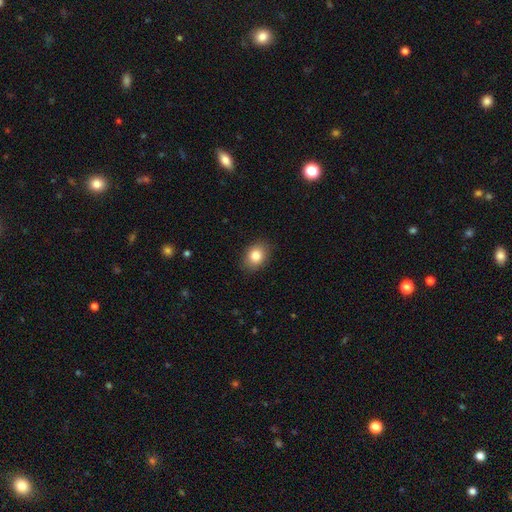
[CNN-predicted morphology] Overall: smooth (84%). How rounded: in between (65%; round 34%). Merging: none (87%).